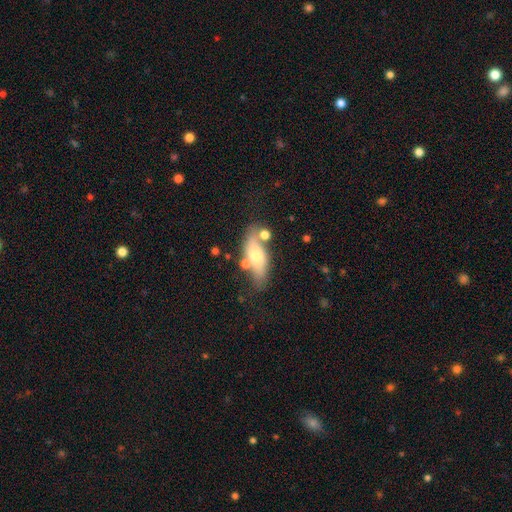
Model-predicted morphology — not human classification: smooth-or-featured: smooth: 55% | featured or disk: 38% | star or artifact: 7%
  how-rounded: in between: 68% | cigar-shaped: 27% | round: 5%
  merging: none: 62% | minor disturbance: 18% | merger: 14% | major disturbance: 6%